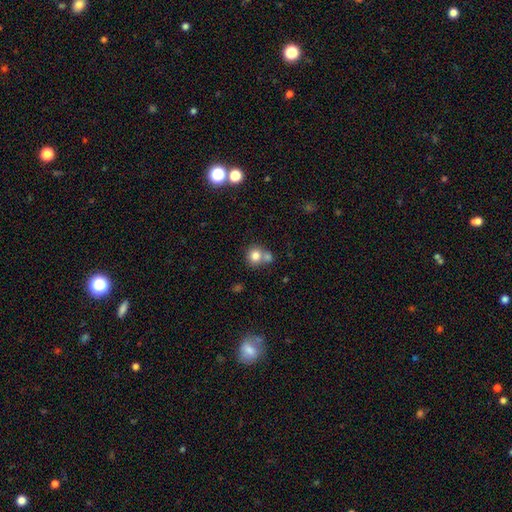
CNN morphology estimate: smooth-or-featured: smooth: 80% | star or artifact: 11% | featured or disk: 9%
  how-rounded: round: 84% | in between: 15% | cigar-shaped: 1%
  merging: none: 49% | merger: 39% | minor disturbance: 9% | major disturbance: 3%